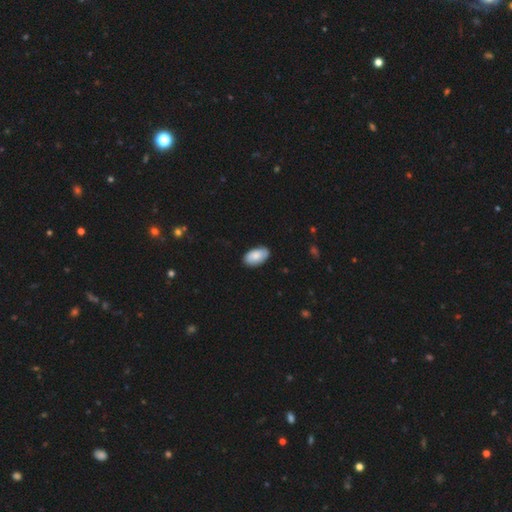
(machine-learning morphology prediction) smooth-or-featured: smooth: 83% | featured or disk: 11% | star or artifact: 6%
  how-rounded: in between: 95% | round: 3% | cigar-shaped: 1%
  merging: none: 86% | minor disturbance: 11% | major disturbance: 2% | merger: 1%